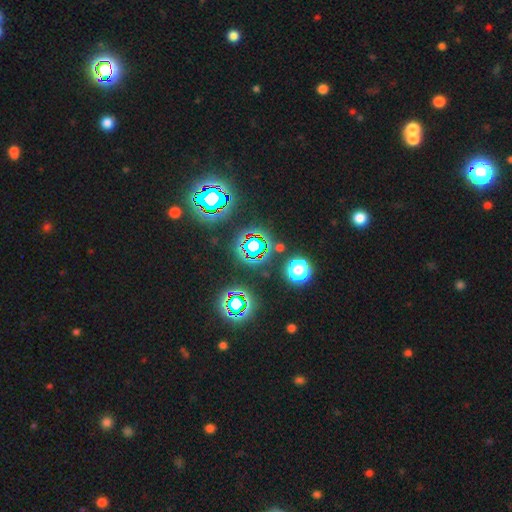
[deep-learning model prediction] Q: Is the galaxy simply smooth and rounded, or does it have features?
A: star or artifact — 79%.